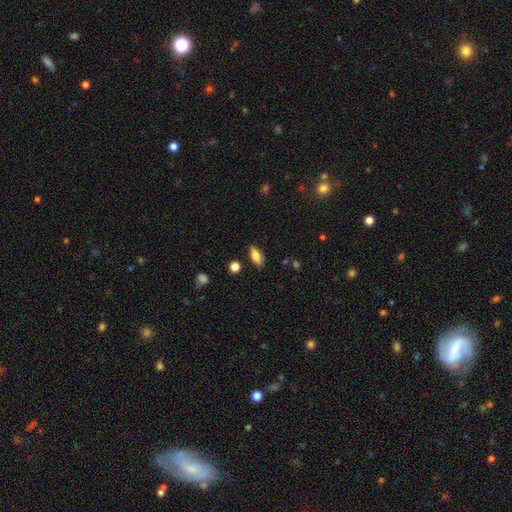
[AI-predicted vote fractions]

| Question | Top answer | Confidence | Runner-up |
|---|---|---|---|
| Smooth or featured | smooth | 78% | featured or disk (14%) |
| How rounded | in between | 79% | cigar-shaped (17%) |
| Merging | none | 83% | minor disturbance (12%) |